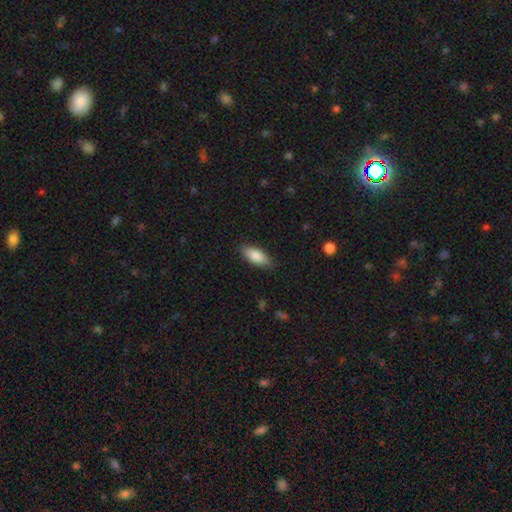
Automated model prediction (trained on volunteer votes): Overall: smooth (85%). How rounded: in between (80%). Merging: none (85%).